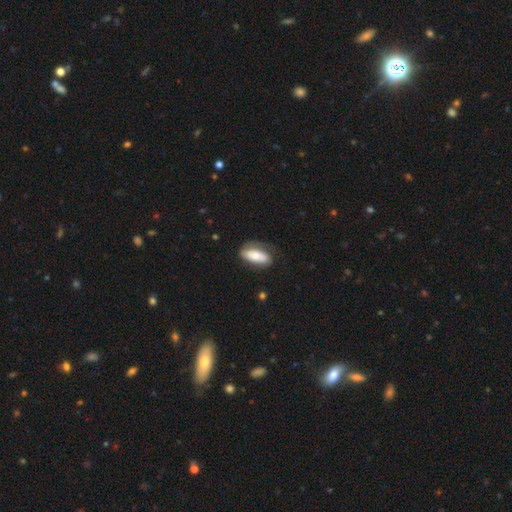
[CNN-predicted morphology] This is likely a smooth galaxy (61%). How rounded: clearly in between (82%). Merging: likely none (61%).